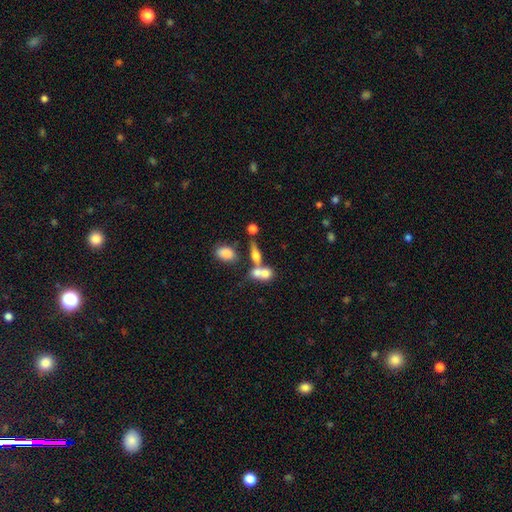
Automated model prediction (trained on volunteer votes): smooth_or_featured: smooth (p=0.57) [alt: featured or disk p=0.31]
how_rounded: in between (p=0.53) [alt: round p=0.24]
merging: merger (p=0.47) [alt: none p=0.37]